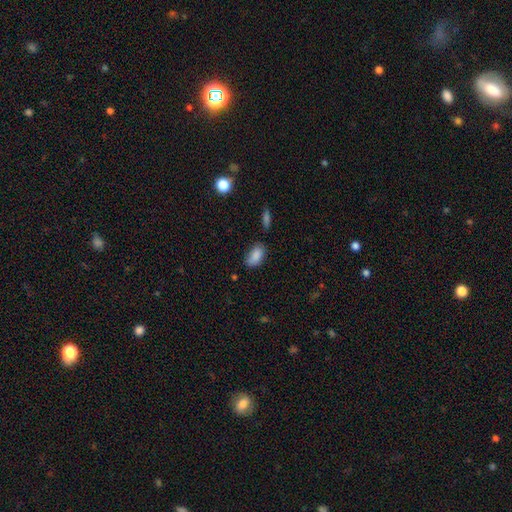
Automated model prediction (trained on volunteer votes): The model was most divided on "merging": none: 65%, minor disturbance: 26%, major disturbance: 5%, merger: 4%. More confident: how rounded — in between (92%); smooth or featured — smooth (86%).